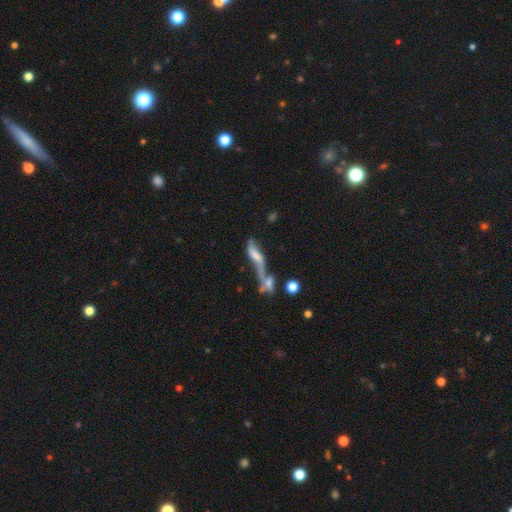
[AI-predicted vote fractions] Morphology: type=featured or disk (44%, tied with smooth); merging=merger (59%).